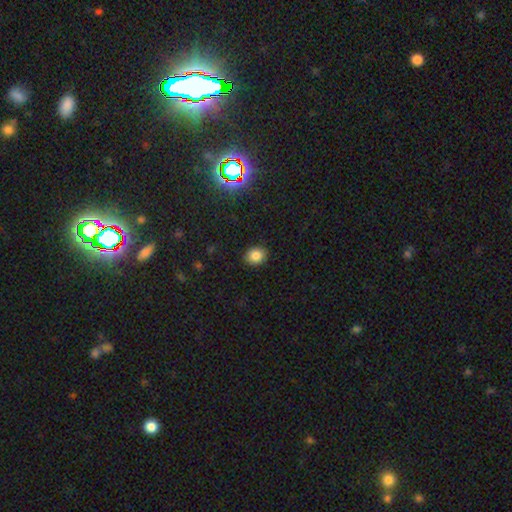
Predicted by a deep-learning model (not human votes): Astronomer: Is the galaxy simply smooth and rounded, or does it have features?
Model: smooth — 83%.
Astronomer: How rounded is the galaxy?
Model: round — 65%.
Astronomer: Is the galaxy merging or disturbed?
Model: none — 89%.